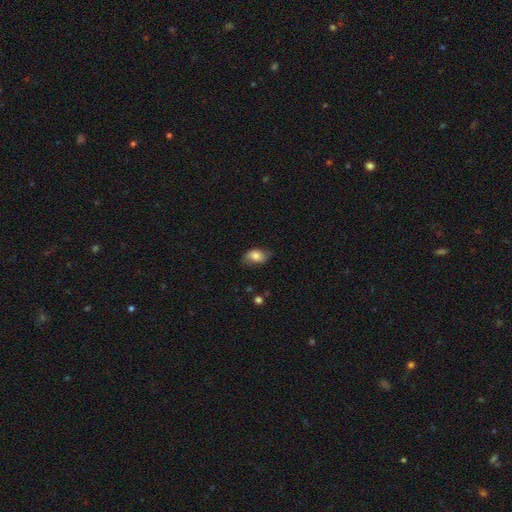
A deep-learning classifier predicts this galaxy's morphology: Smooth or featured?
  - smooth: 68% *
  - featured or disk: 24%
  - star or artifact: 8%
How rounded?
  - in between: 85% *
  - round: 13%
  - cigar-shaped: 2%
Merging?
  - none: 65% *
  - minor disturbance: 26%
  - major disturbance: 7%
  - merger: 1%